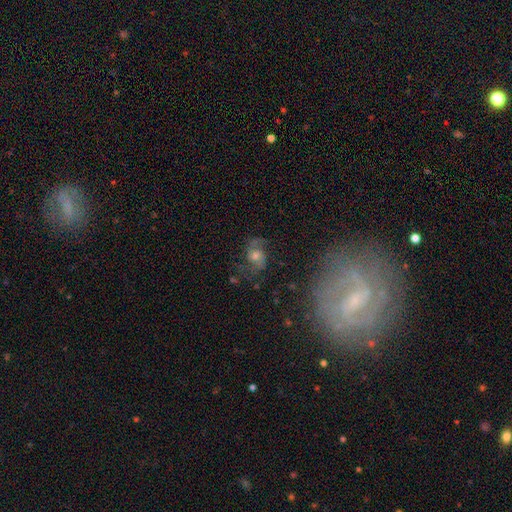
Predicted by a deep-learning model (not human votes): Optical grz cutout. It shows a featured or disk galaxy (72%) with no bar (62%), 2 (87%) medium (46%) spiral arms (92%) and a moderate central bulge (56%). Merging: none (68%).